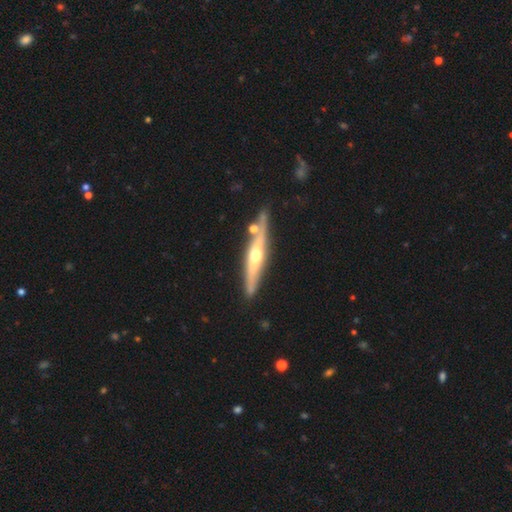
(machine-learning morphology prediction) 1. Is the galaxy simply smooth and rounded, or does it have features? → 68% featured or disk, 27% smooth, 5% star or artifact.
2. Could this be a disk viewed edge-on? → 93% yes, 7% no.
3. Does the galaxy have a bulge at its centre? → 88% rounded, 8% none, 4% boxy.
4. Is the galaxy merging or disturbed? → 79% none, 12% minor disturbance, 7% merger, 3% major disturbance.